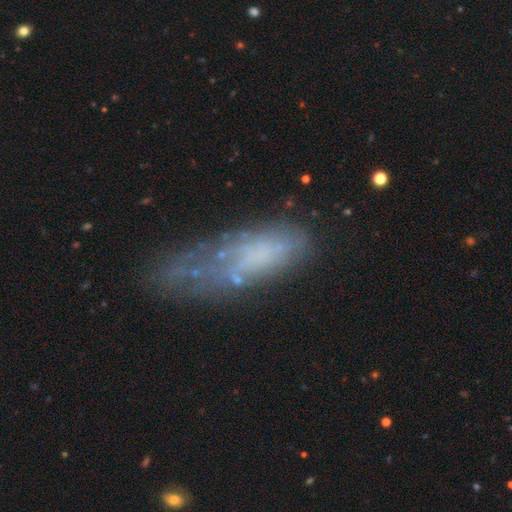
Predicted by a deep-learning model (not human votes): smooth-or-featured: smooth: 47% | featured or disk: 39% | star or artifact: 14%
  merging: none: 41% | minor disturbance: 28% | major disturbance: 25% | merger: 7%